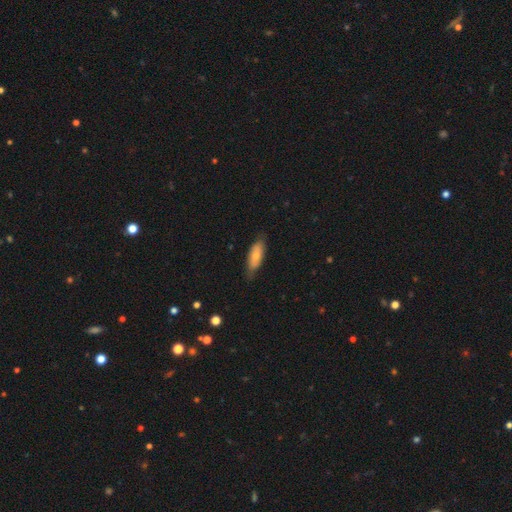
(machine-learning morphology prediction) A smooth galaxy with no disk features (66%) that is in between round and cigar-shaped (70%).

Vote fractions:
- Smooth or featured? smooth: 66% / featured or disk: 28% / star or artifact: 6%
- How rounded? in between: 70% / cigar-shaped: 27% / round: 2%
- Merging? none: 72% / minor disturbance: 23% / major disturbance: 4% / merger: 1%